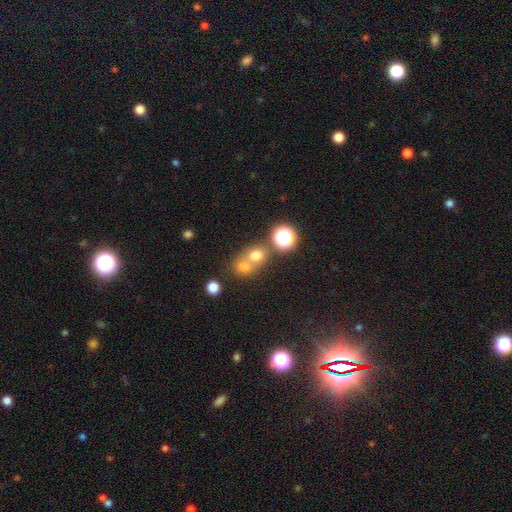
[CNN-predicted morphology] Smooth or featured: smooth — 68% (star or artifact — 20%)
How rounded: round — 71% (in between — 28%)
Merging: merger — 49% (none — 40%)